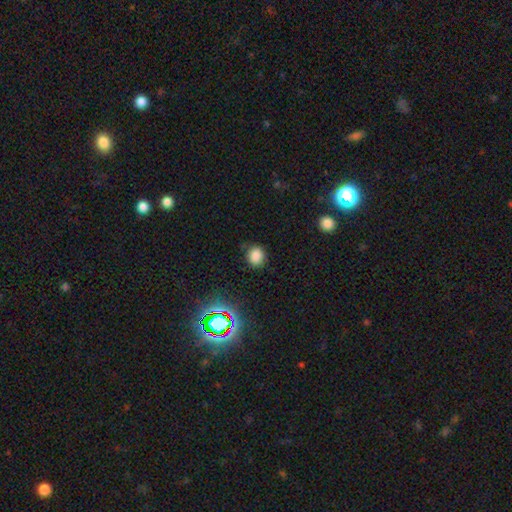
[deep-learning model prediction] This appears to be a smooth galaxy with no disk features (80%) that is round (65%). Merging: none (82%).